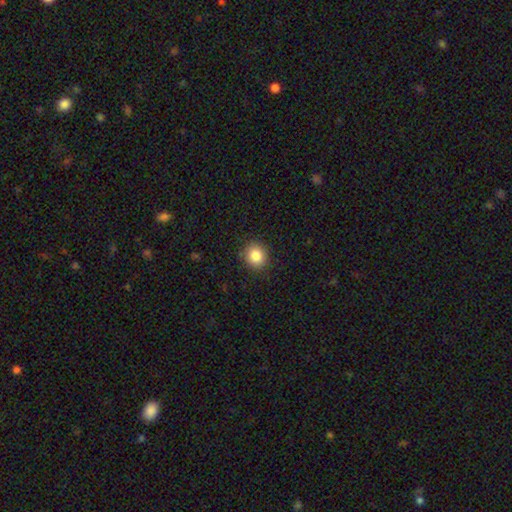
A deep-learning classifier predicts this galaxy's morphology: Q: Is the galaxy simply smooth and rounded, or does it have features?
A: smooth — 85%.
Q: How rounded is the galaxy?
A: round — 80%.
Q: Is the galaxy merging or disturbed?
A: none — 88%.